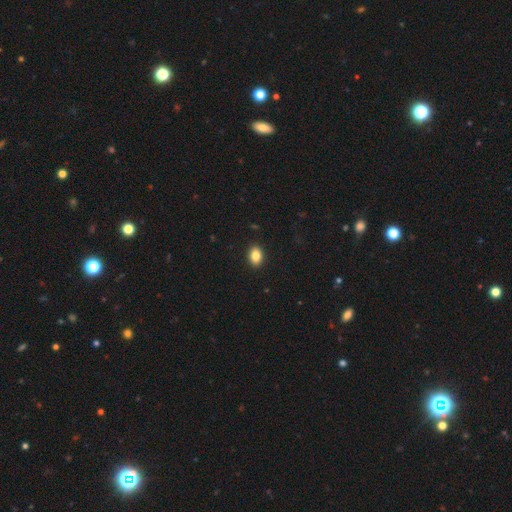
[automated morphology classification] smooth-or-featured: smooth: 85% | star or artifact: 9% | featured or disk: 6%
  how-rounded: in between: 76% | round: 23% | cigar-shaped: 1%
  merging: none: 91% | minor disturbance: 7% | major disturbance: 2% | merger: 1%